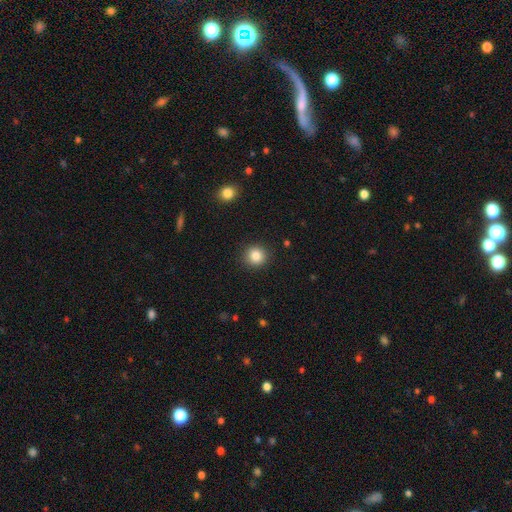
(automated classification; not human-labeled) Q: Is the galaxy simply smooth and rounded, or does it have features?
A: smooth — 84%.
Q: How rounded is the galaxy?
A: round — 91%.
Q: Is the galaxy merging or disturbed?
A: none — 90%.